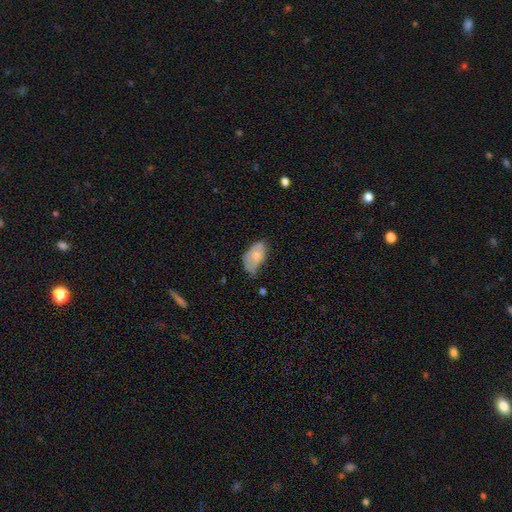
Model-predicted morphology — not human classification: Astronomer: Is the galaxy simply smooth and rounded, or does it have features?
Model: smooth — 67%.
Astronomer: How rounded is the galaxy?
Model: in between — 92%.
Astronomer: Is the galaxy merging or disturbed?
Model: minor disturbance — 42% (runner-up: none, 35%).